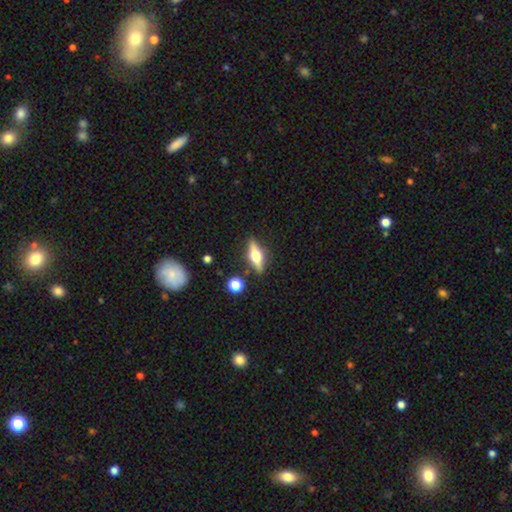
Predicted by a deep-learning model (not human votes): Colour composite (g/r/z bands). It shows a featured or disk galaxy (62%) viewed edge-on (94%) with a rounded central bulge (95%). Merging: none (86%).